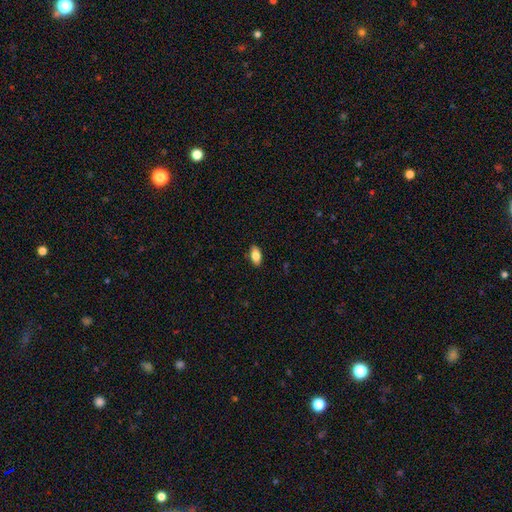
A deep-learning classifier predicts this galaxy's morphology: This appears to be a smooth galaxy with no disk features (83%) that is in between round and cigar-shaped (90%). Merging: none (88%).